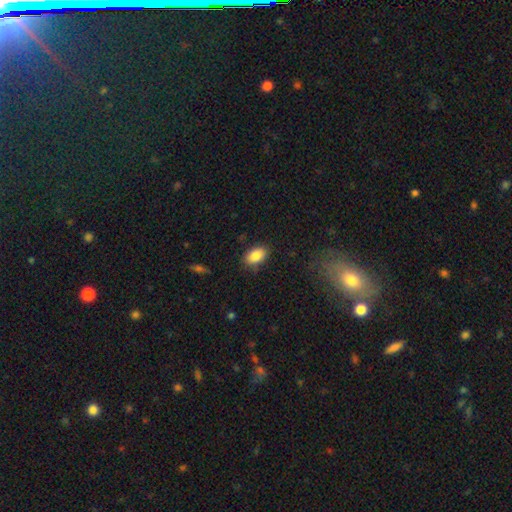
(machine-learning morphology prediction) smooth 87%, star or artifact 7%, featured or disk 6%. Down the decision tree: how rounded — in between (90%); merging — none (83%).